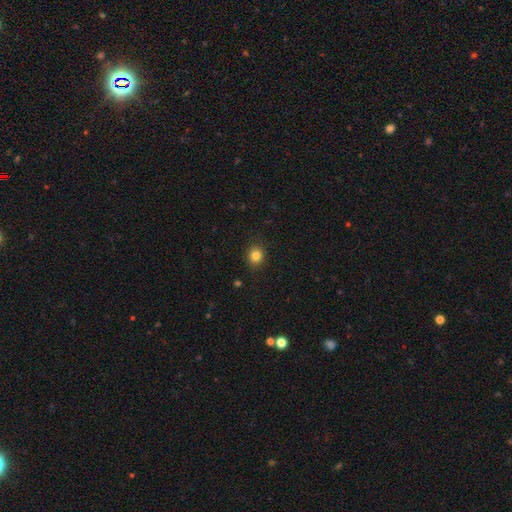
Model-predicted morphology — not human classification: Smooth or featured?
  - smooth: 83% *
  - star or artifact: 12%
  - featured or disk: 5%
How rounded?
  - round: 83% *
  - in between: 16%
  - cigar-shaped: 1%
Merging?
  - none: 90% *
  - minor disturbance: 7%
  - major disturbance: 2%
  - merger: 1%